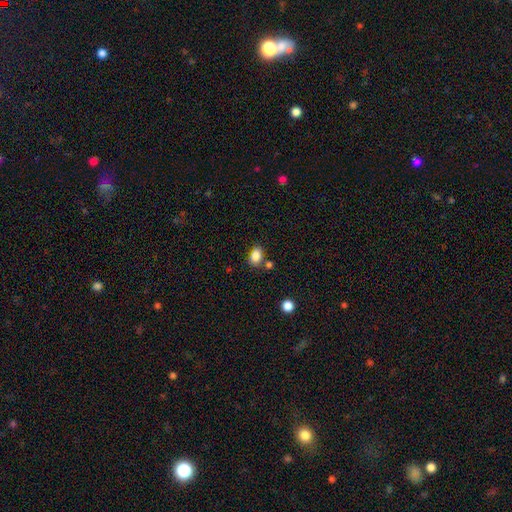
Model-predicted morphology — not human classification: This appears to be a smooth galaxy with no disk features (85%) that is in between round and cigar-shaped (74%). Merging: none (71%).